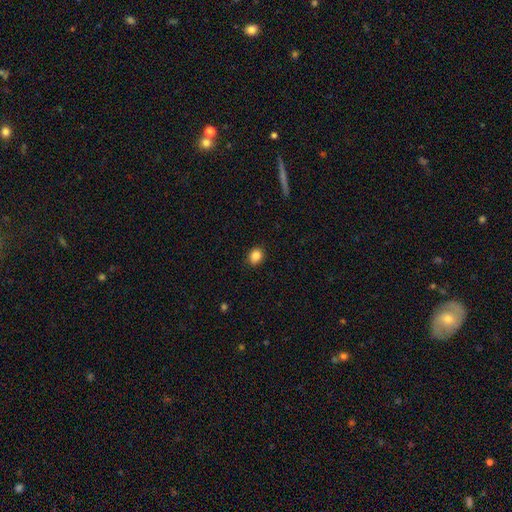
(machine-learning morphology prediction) Overall: smooth (86%). How rounded: round (55%; in between 44%). Merging: none (88%).